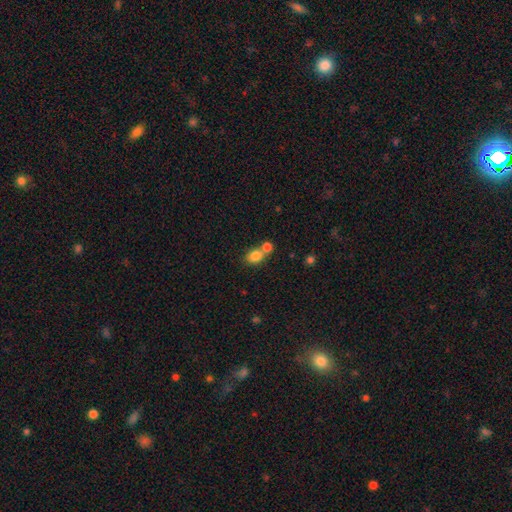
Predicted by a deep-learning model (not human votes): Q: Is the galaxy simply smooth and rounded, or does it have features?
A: smooth — 82%.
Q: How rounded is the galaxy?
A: in between — 56%.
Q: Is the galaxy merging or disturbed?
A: merger — 45%.